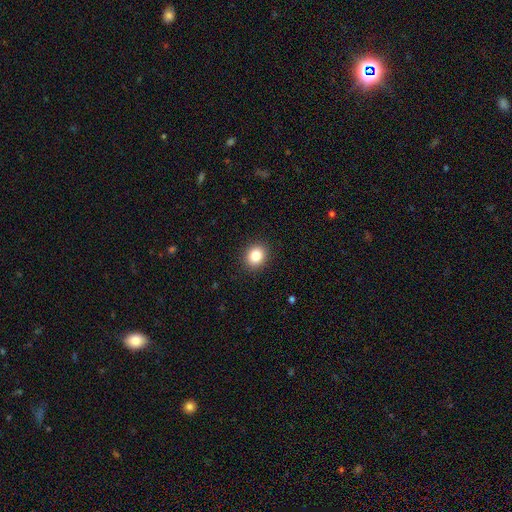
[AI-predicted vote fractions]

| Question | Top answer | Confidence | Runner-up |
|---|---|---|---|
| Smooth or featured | smooth | 84% | star or artifact (10%) |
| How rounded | round | 64% | in between (35%) |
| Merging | none | 90% | minor disturbance (7%) |